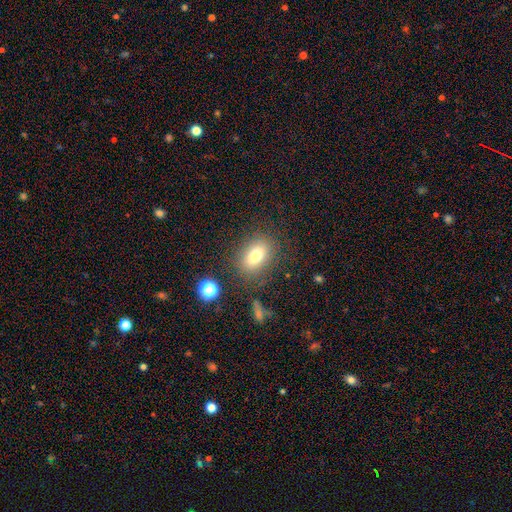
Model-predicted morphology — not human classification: This is likely a smooth galaxy (75%). How rounded: likely in between (73%). Merging: likely none (78%).